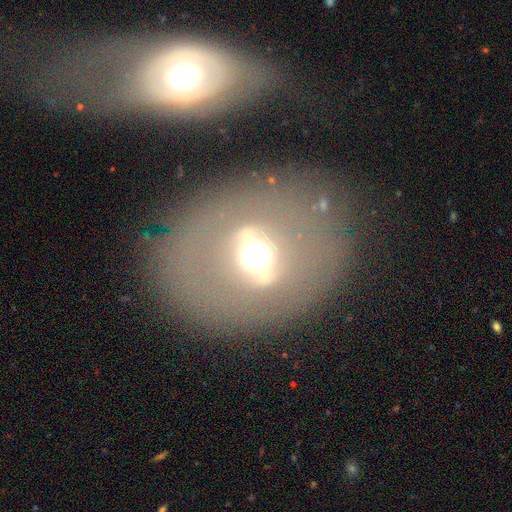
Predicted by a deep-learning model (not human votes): This is possibly a featured or disk galaxy (59%). It is likely not viewed edge-on (65%). Merging: likely none (78%).